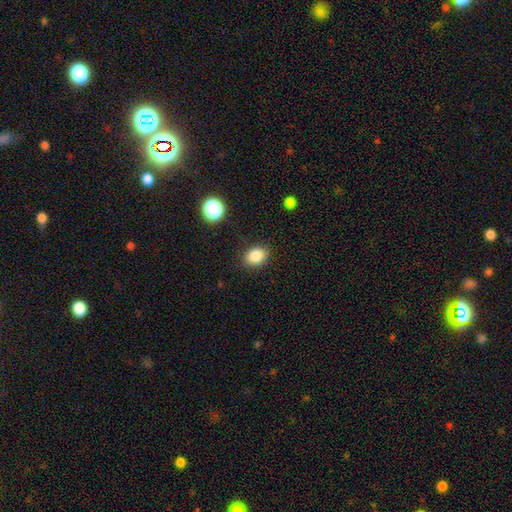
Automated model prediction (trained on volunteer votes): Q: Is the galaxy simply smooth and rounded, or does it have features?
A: smooth — 85%.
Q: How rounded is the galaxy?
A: in between — 67%.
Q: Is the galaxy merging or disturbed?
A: none — 85%.